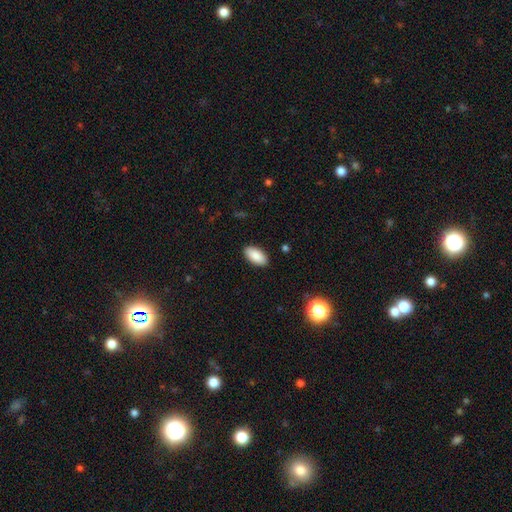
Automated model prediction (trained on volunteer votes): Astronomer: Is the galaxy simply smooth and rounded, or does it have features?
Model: smooth — 89%.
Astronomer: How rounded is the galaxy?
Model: in between — 94%.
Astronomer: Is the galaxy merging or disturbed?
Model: none — 89%.